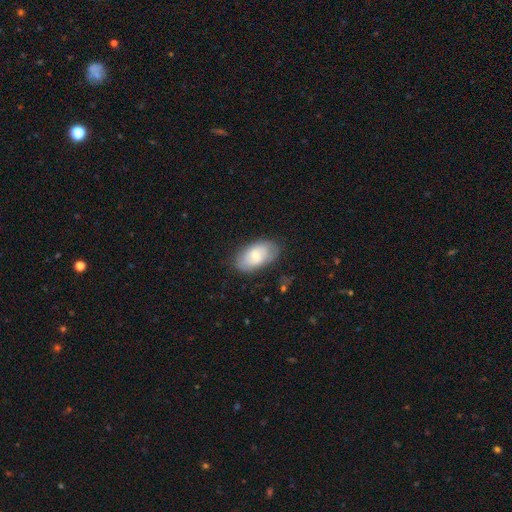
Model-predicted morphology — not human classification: This appears to be a smooth galaxy with no disk features (61%) that is in between round and cigar-shaped (94%). Merging: none (75%).